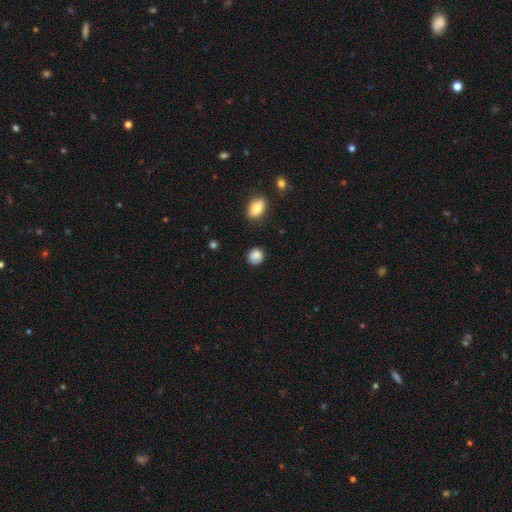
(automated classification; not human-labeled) This appears to be a smooth galaxy with no disk features (85%) that is round (78%). Merging: none (81%).